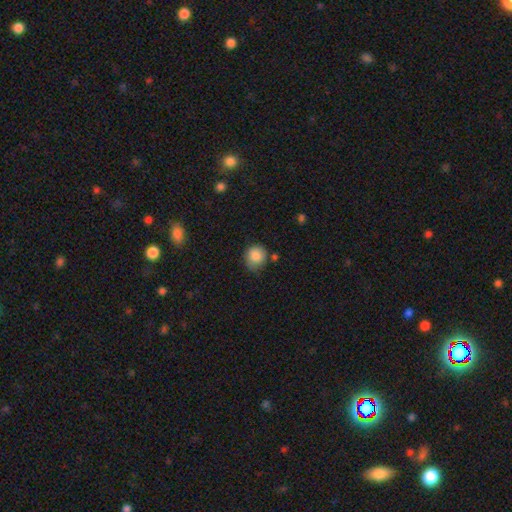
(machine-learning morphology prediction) type=smooth (85%); roundness=round (87%); merging=none (68%).